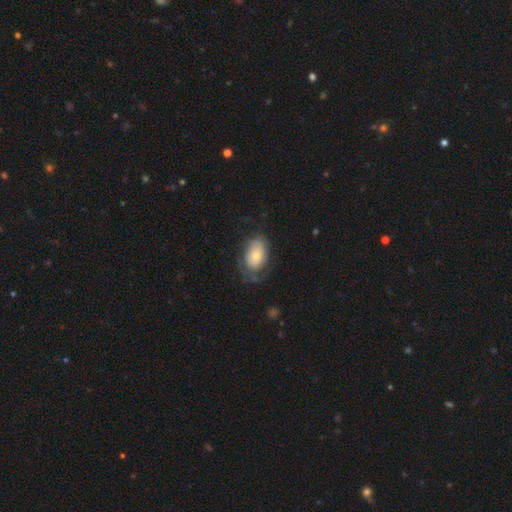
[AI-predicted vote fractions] Q: Smooth or featured?
A: smooth (60%); runner-up: featured or disk (34%)
Q: How rounded?
A: in between (87%); runner-up: round (11%)
Q: Merging?
A: none (52%); runner-up: minor disturbance (28%)